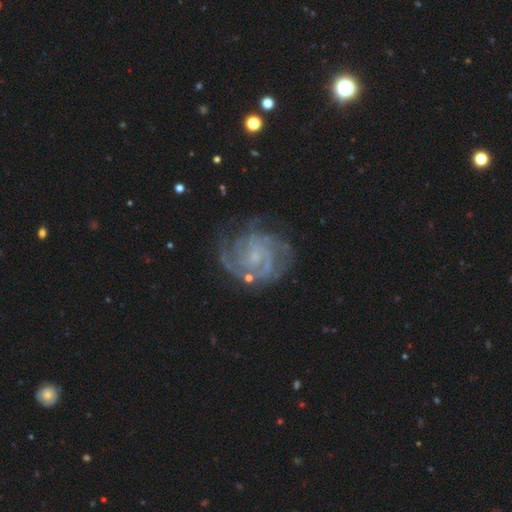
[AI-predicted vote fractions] Smooth or featured? featured or disk (87%)
Edge-on disk? no (98%)
Bar? no (54%)
Spiral arms? yes (96%)
Spiral winding? tight (60%)
Spiral arm count? 3 (27%)
Bulge size? small (63%)
Merging? none (71%)